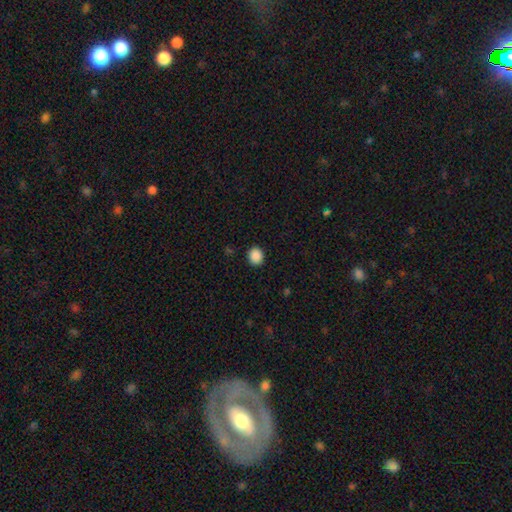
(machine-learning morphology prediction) Smooth or featured: smooth — 89% (star or artifact — 9%)
How rounded: round — 75% (in between — 25%)
Merging: none — 91% (minor disturbance — 6%)